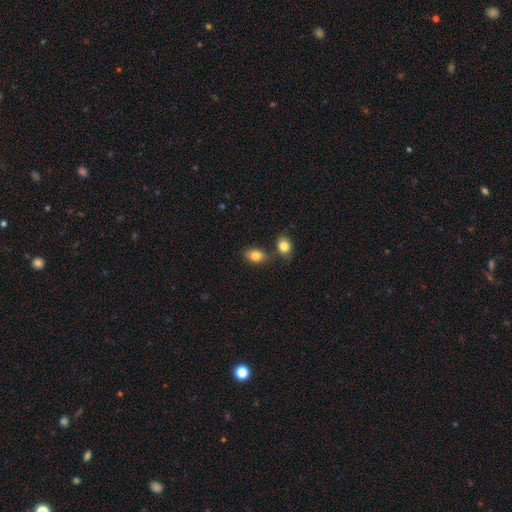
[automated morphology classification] A smooth galaxy with no disk features (84%) that is in between round and cigar-shaped (84%). Merging: none (68%).